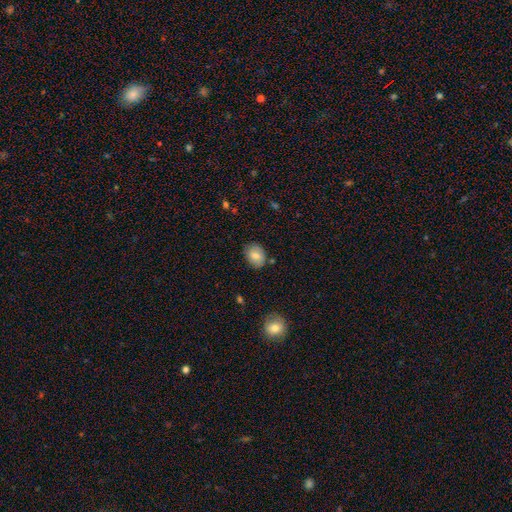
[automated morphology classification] A smooth galaxy with no disk features (77%) that is in between round and cigar-shaped (53%).

Vote fractions:
- Smooth or featured? smooth: 77% / featured or disk: 15% / star or artifact: 8%
- How rounded? in between: 53% / round: 46% / cigar-shaped: 1%
- Merging? none: 78% / minor disturbance: 16% / major disturbance: 3% / merger: 2%